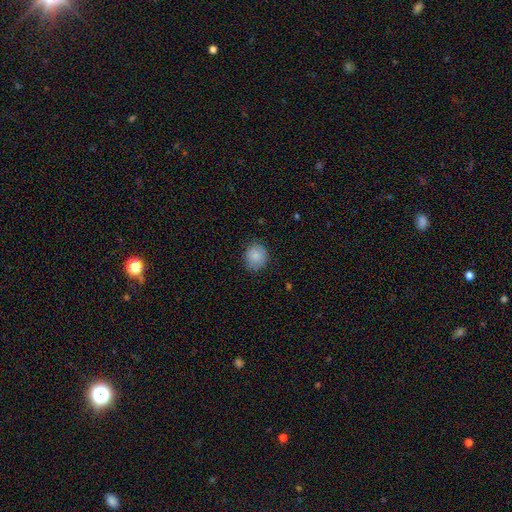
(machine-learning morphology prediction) Q: Smooth or featured?
A: smooth (86%); runner-up: star or artifact (8%)
Q: How rounded?
A: round (80%); runner-up: in between (19%)
Q: Merging?
A: none (82%); runner-up: minor disturbance (14%)